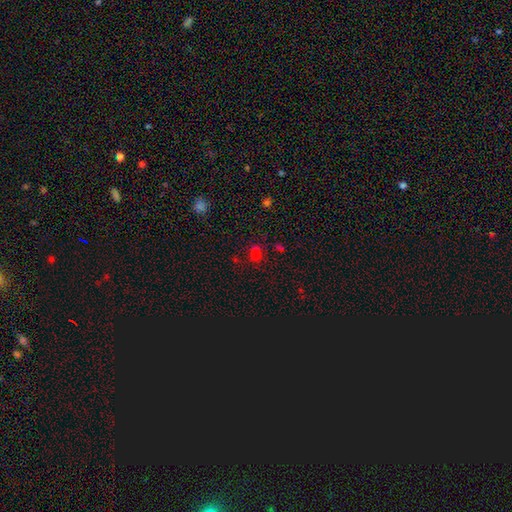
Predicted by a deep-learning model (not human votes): Smooth or featured: smooth — 51% (star or artifact — 38%)
How rounded: round — 77% (in between — 22%)
Merging: none — 50% (merger — 35%)